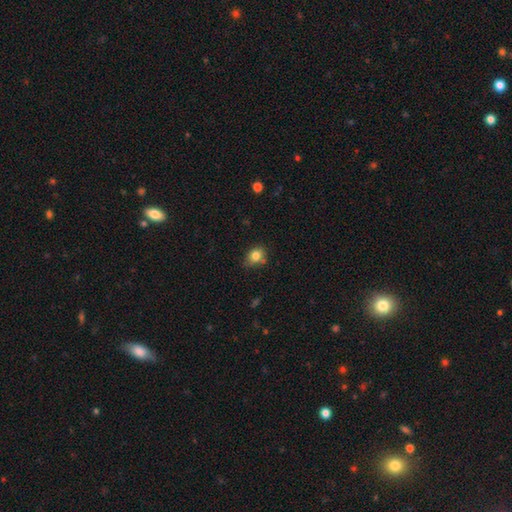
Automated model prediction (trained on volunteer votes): Q: Smooth or featured?
A: smooth (81%); runner-up: star or artifact (11%)
Q: How rounded?
A: round (55%); runner-up: in between (44%)
Q: Merging?
A: none (65%); runner-up: minor disturbance (24%)